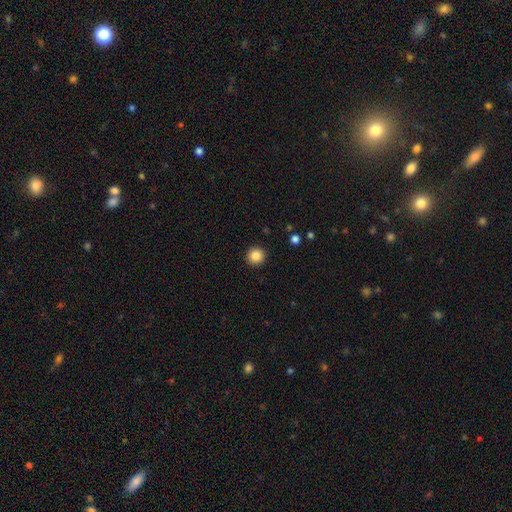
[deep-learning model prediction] Overall: smooth (85%). How rounded: round (93%). Merging: none (93%).